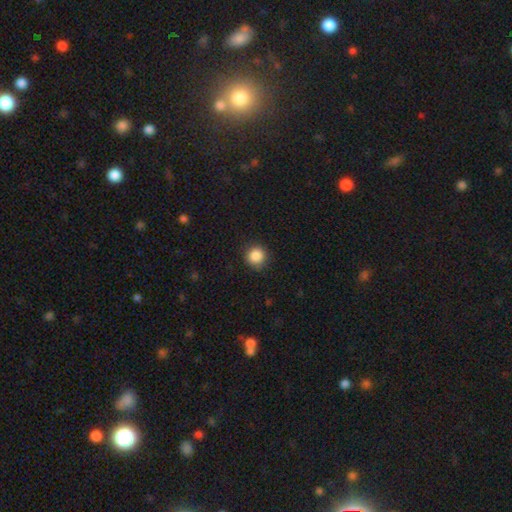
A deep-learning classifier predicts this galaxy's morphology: The model was most divided on "smooth or featured": smooth: 87%, star or artifact: 10%, featured or disk: 3%. More confident: how rounded — round (93%); merging — none (88%).